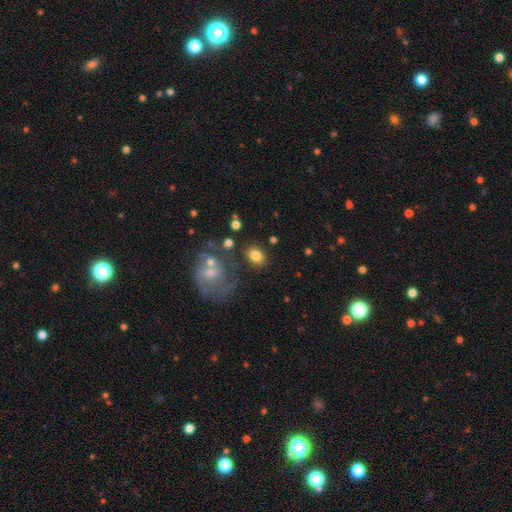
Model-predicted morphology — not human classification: Smooth or featured?
  - smooth: 81% *
  - featured or disk: 10%
  - star or artifact: 9%
How rounded?
  - in between: 66% *
  - round: 33%
  - cigar-shaped: 1%
Merging?
  - none: 75% *
  - minor disturbance: 12%
  - merger: 7%
  - major disturbance: 5%